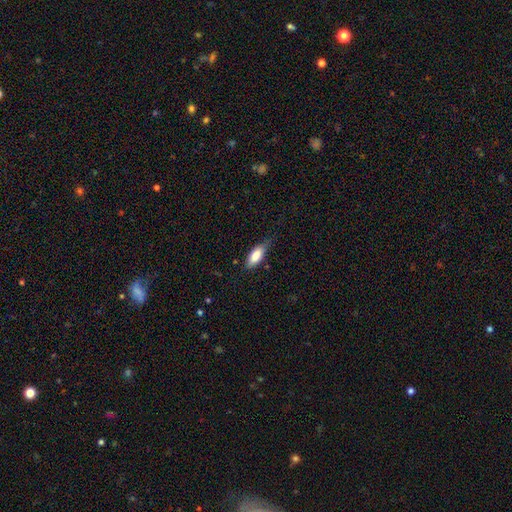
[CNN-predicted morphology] A smooth galaxy with no disk features (80%) that is in between round and cigar-shaped (76%).

Vote fractions:
- Smooth or featured? smooth: 80% / featured or disk: 13% / star or artifact: 6%
- How rounded? in between: 76% / cigar-shaped: 21% / round: 2%
- Merging? none: 61% / minor disturbance: 30% / major disturbance: 7% / merger: 2%